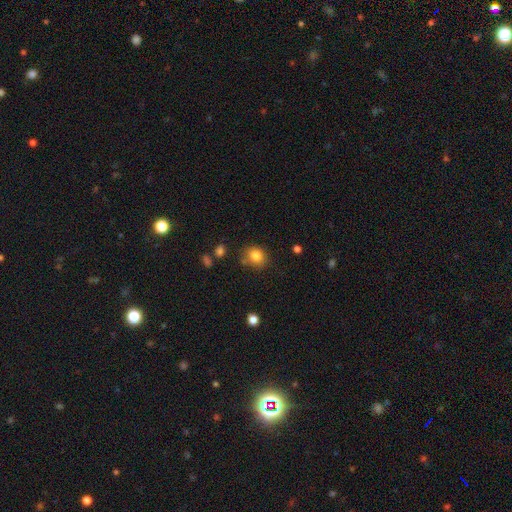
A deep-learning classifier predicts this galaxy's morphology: Q: Smooth or featured?
A: smooth (83%); runner-up: star or artifact (10%)
Q: How rounded?
A: round (70%); runner-up: in between (30%)
Q: Merging?
A: none (74%); runner-up: minor disturbance (17%)